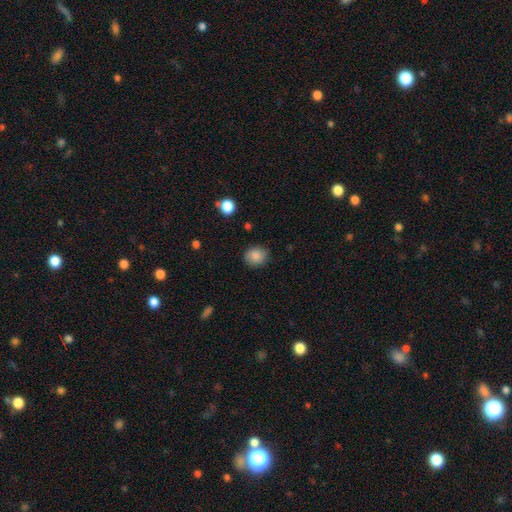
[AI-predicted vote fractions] Smooth or featured? smooth (87%)
How rounded? round (75%)
Merging? none (83%)